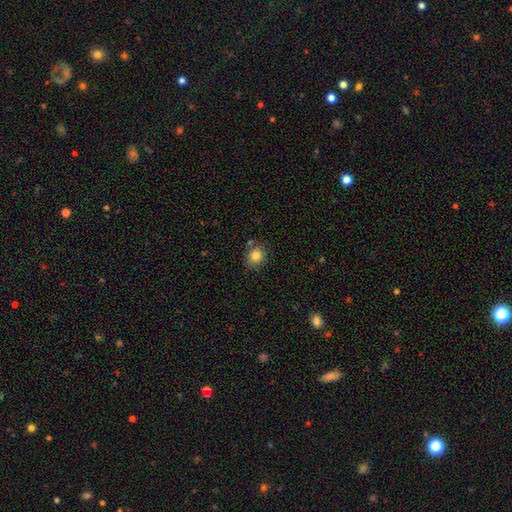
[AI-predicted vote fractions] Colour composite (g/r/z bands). It shows a smooth galaxy with no disk features (83%) that is round (81%). Merging: none (79%).